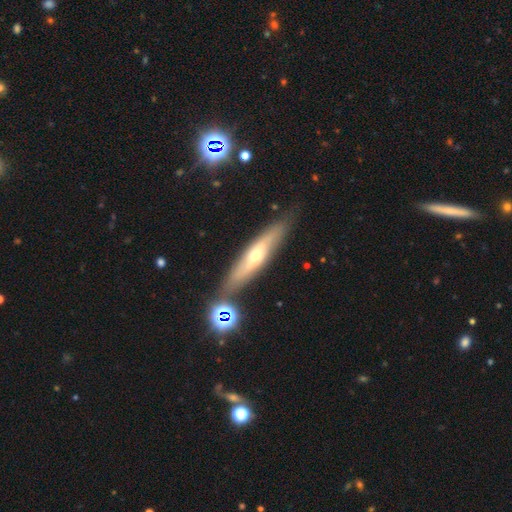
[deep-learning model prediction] Morphology: type=featured or disk (58%); edge-on=yes (69%); merging=none (78%).